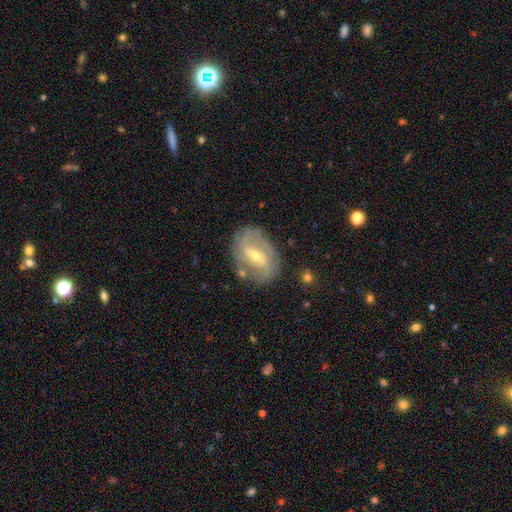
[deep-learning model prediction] This appears to be a featured or disk galaxy (78%) with a weak bar (44%), 2 (65%) medium (40%) spiral arms (83%) and a small central bulge (54%). Merging: none (74%).